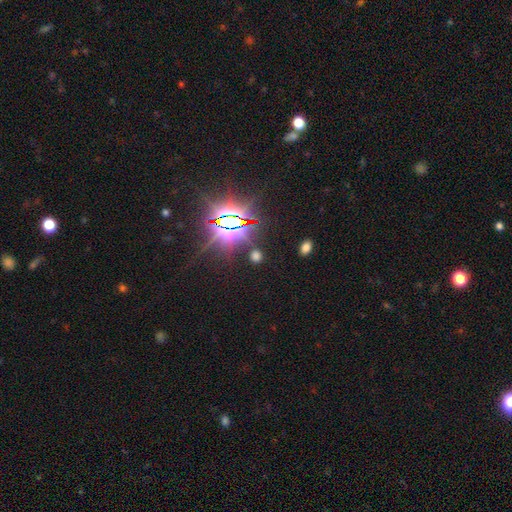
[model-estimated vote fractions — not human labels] Smooth or featured?
  - star or artifact: 47% *
  - smooth: 46%
  - featured or disk: 7%